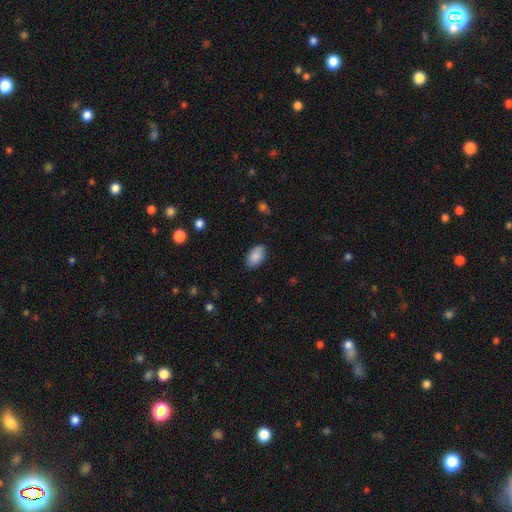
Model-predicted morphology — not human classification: A smooth galaxy with no disk features (86%) that is in between round and cigar-shaped (94%).

Vote fractions:
- Smooth or featured? smooth: 86% / featured or disk: 7% / star or artifact: 6%
- How rounded? in between: 94% / round: 5% / cigar-shaped: 1%
- Merging? none: 85% / minor disturbance: 12% / major disturbance: 2% / merger: 1%